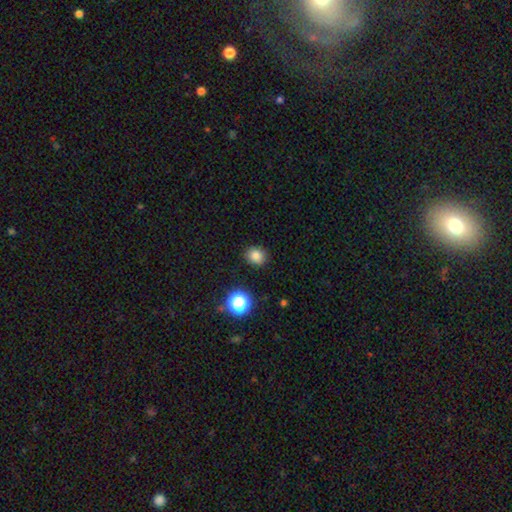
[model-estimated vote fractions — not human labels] A smooth galaxy with no disk features (81%) that is round (72%).

Vote fractions:
- Smooth or featured? smooth: 81% / star or artifact: 14% / featured or disk: 5%
- How rounded? round: 72% / in between: 27% / cigar-shaped: 1%
- Merging? none: 87% / minor disturbance: 9% / major disturbance: 2% / merger: 1%